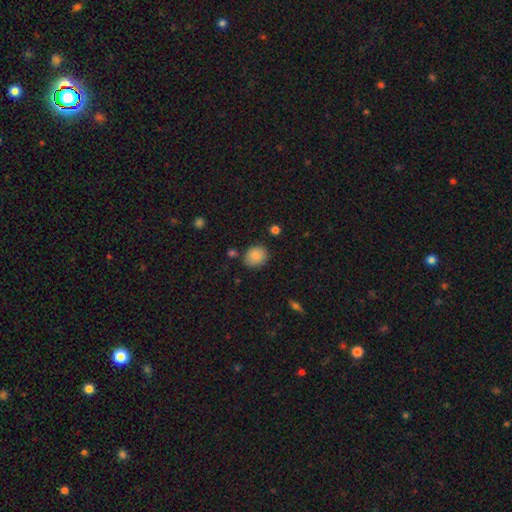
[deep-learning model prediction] smooth 85%, star or artifact 8%, featured or disk 6%. Down the decision tree: how rounded — round (59%); merging — none (83%).